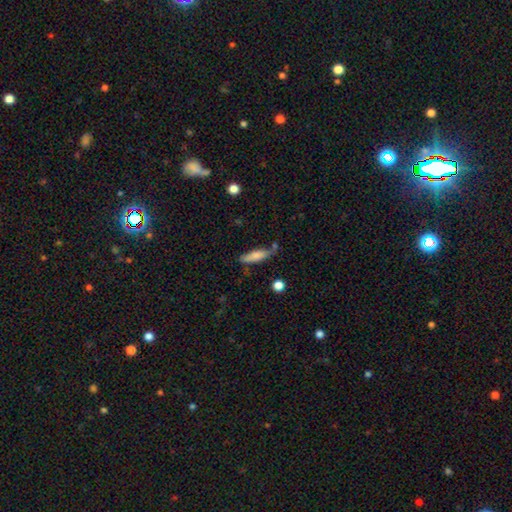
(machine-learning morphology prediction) type=smooth (77%); roundness=cigar-shaped (69%); merging=none (65%).